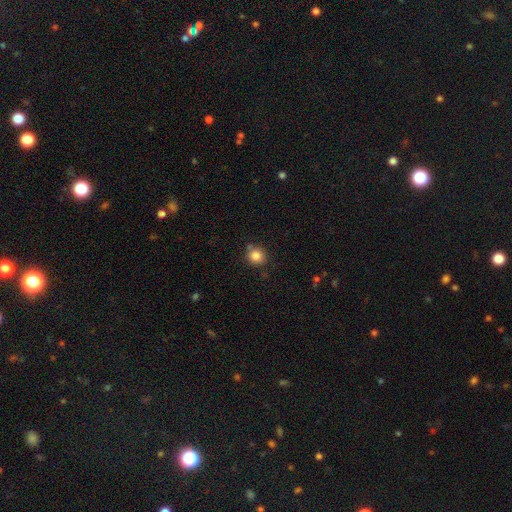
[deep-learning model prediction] Smooth or featured? Predicted: smooth (p=0.84). How rounded? Predicted: round (p=0.82). Merging? Predicted: none (p=0.78).